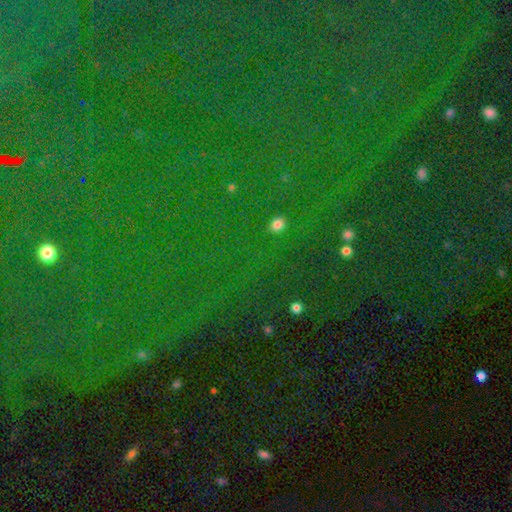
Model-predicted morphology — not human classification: star or artifact 81%, smooth 11%, featured or disk 8%.